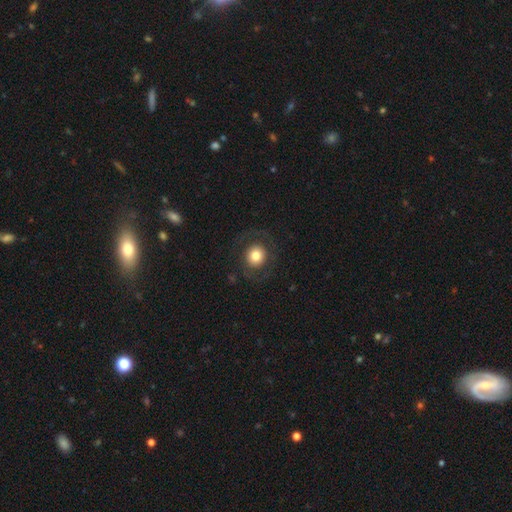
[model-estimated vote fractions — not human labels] This appears to be a smooth galaxy with no disk features (69%) that is round (86%). Merging: none (81%).